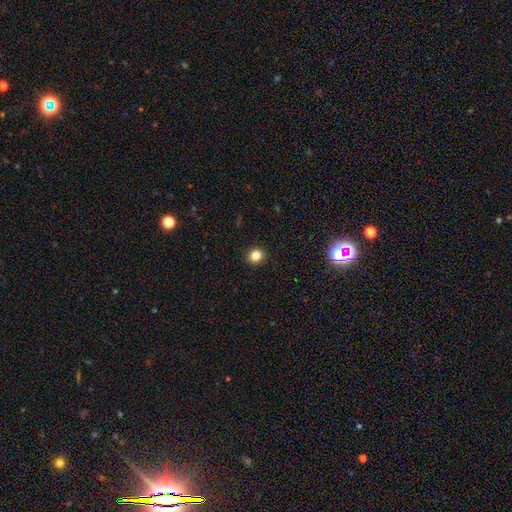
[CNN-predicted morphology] Smooth or featured? smooth (82%)
How rounded? round (90%)
Merging? none (93%)